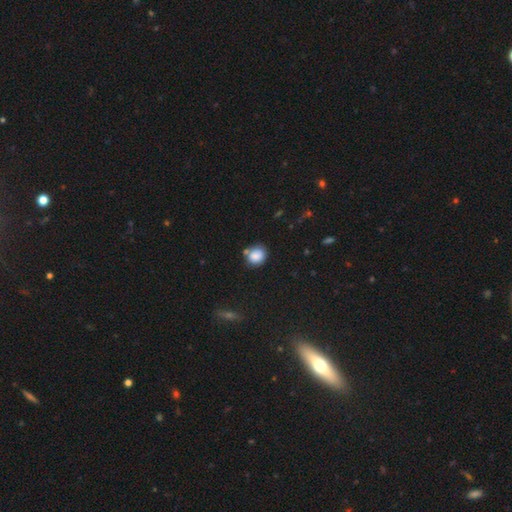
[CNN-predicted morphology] smooth_or_featured: smooth (p=0.84) [alt: star or artifact p=0.10]
how_rounded: round (p=0.74) [alt: in between p=0.25]
merging: none (p=0.67) [alt: minor disturbance p=0.17]